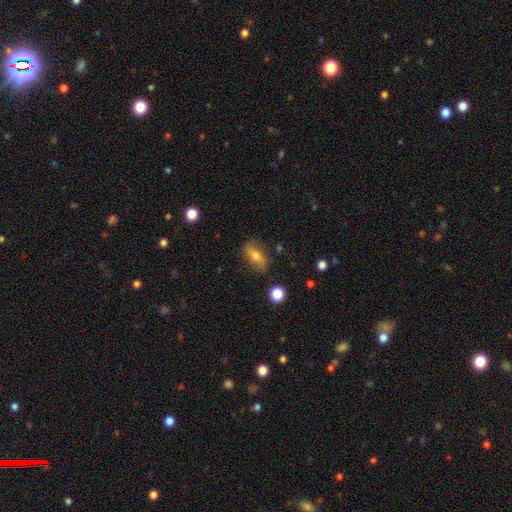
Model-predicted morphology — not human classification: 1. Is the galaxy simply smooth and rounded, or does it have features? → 53% smooth, 37% featured or disk, 10% star or artifact.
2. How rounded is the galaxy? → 73% in between, 16% cigar-shaped, 11% round.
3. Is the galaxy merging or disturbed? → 78% none, 16% minor disturbance, 4% major disturbance, 2% merger.